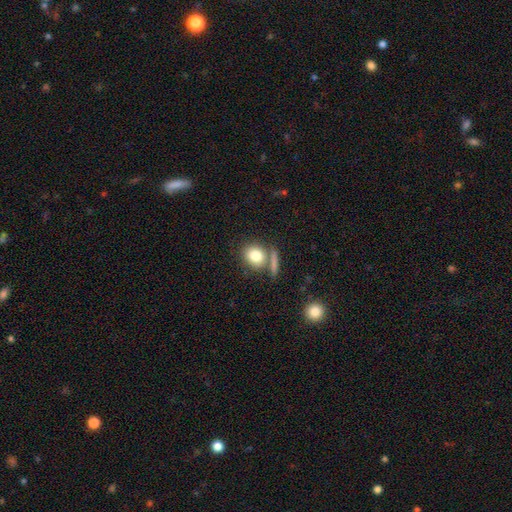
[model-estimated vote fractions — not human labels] This appears to be a smooth galaxy with no disk features (81%) that is round (63%). Merging: none (63%).